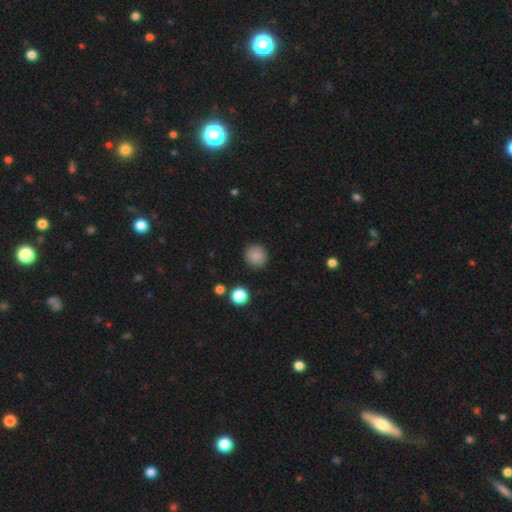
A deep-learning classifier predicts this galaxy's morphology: A smooth galaxy with no disk features (86%) that is round (93%).

Vote fractions:
- Smooth or featured? smooth: 86% / star or artifact: 10% / featured or disk: 4%
- How rounded? round: 93% / in between: 6% / cigar-shaped: 1%
- Merging? none: 90% / minor disturbance: 6% / major disturbance: 2% / merger: 1%